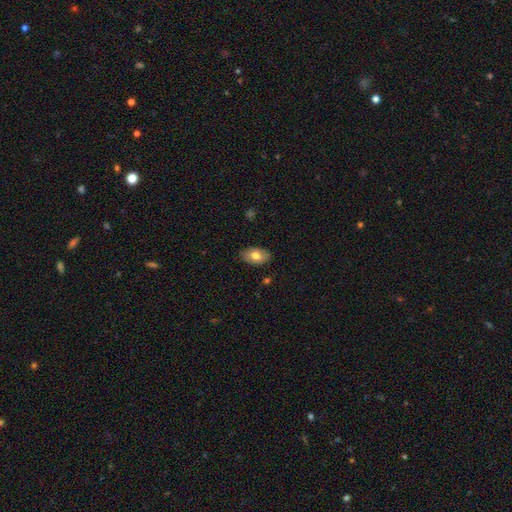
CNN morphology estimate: Smooth or featured?
  - smooth: 73% *
  - featured or disk: 20%
  - star or artifact: 7%
How rounded?
  - in between: 93% *
  - round: 6%
  - cigar-shaped: 1%
Merging?
  - none: 85% *
  - minor disturbance: 12%
  - major disturbance: 2%
  - merger: 1%